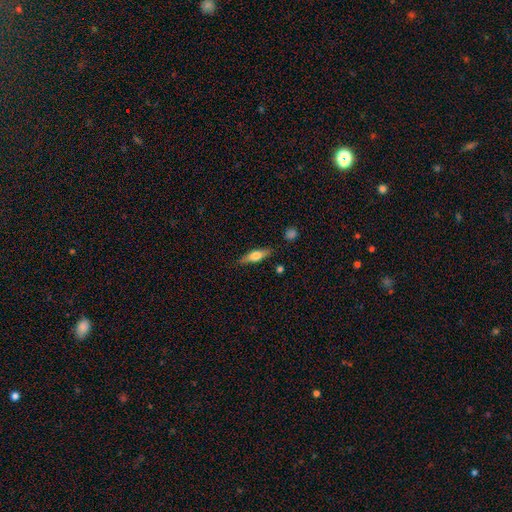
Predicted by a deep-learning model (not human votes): Overall: smooth (54%; featured or disk 40%). How rounded: cigar-shaped (55%; in between 42%). Merging: none (83%).